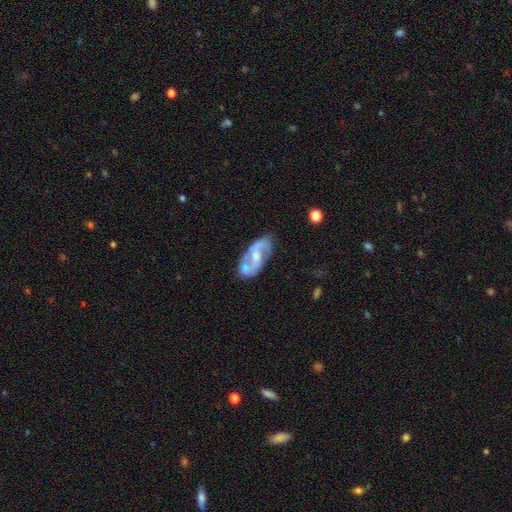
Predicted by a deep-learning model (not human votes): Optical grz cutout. It shows a featured or disk galaxy (79%) with a weak bar (45%), 2 (88%) medium (48%) spiral arms (89%) and a moderate central bulge (55%). Merging: none (62%).